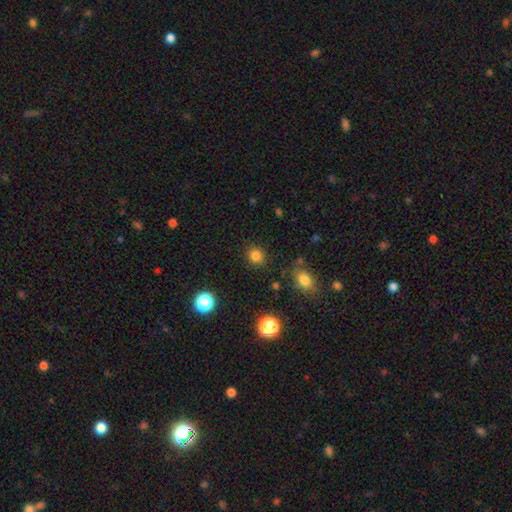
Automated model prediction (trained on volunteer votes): A smooth galaxy with no disk features (81%) that is round (84%). Merging: none (85%).